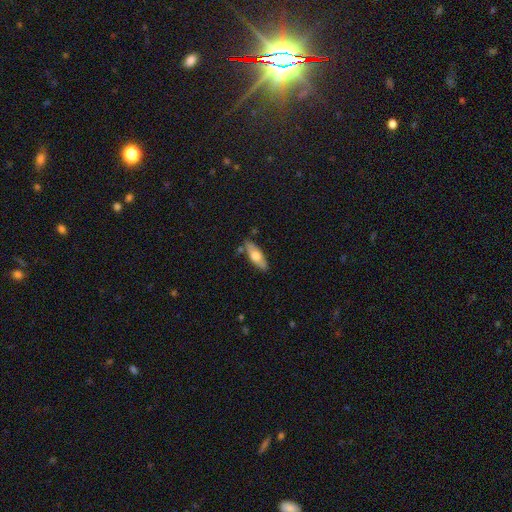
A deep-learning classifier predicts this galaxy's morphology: smooth 57%, featured or disk 38%, star or artifact 6%. Down the decision tree: how rounded — in between (61%); merging — none (81%).